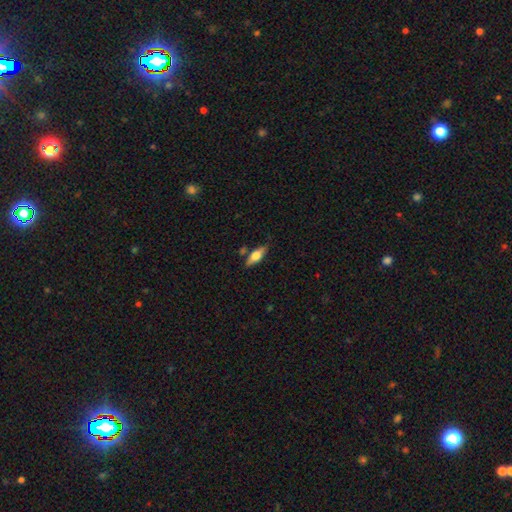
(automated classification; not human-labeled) smooth_or_featured: smooth (p=0.52) [alt: featured or disk p=0.41]
how_rounded: in between (p=0.59) [alt: cigar-shaped p=0.38]
merging: none (p=0.79) [alt: minor disturbance p=0.13]